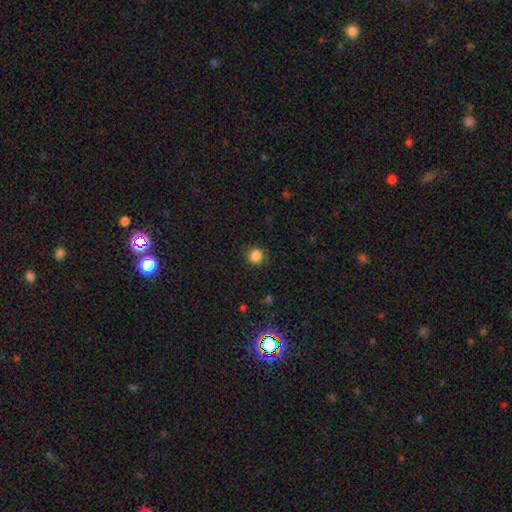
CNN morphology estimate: type=smooth (85%); roundness=round (93%); merging=none (90%).